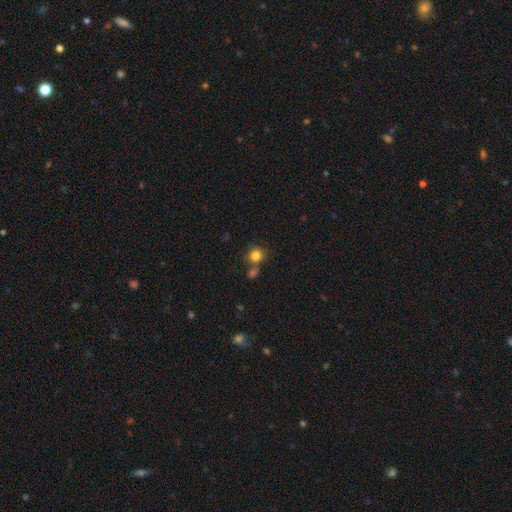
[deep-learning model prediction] The model was most divided on "merging": none: 63%, merger: 22%, minor disturbance: 11%, major disturbance: 4%. More confident: how rounded — round (87%); smooth or featured — smooth (82%).